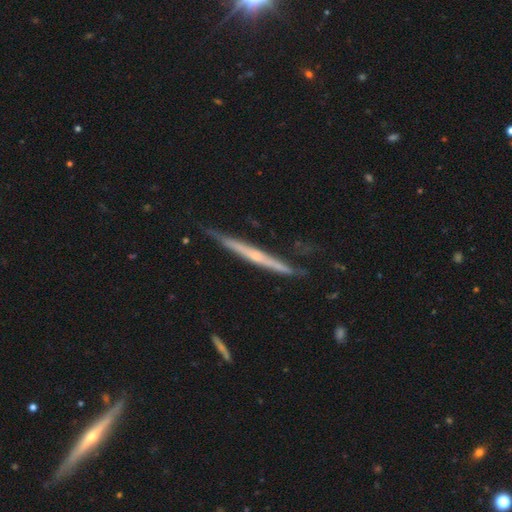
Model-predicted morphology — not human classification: This is likely a featured or disk galaxy (74%). It is clearly viewed edge-on (97%). Edge-on bulge: possibly rounded (49%). Merging: likely none (78%).